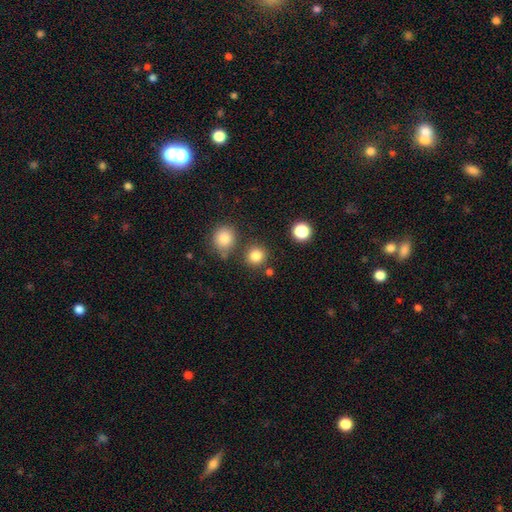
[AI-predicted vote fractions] Morphology: type=smooth (83%); roundness=round (91%); merging=none (80%).